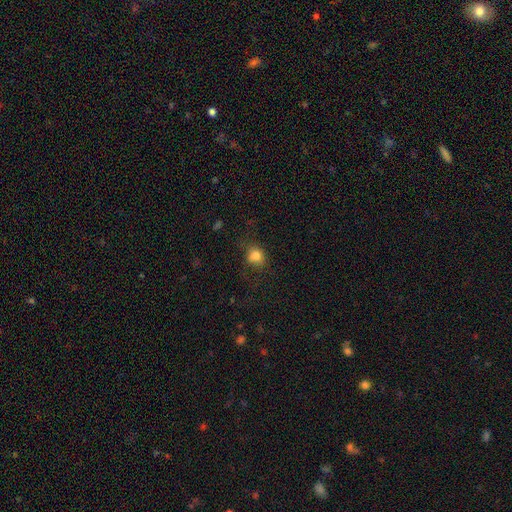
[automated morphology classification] Smooth or featured?
  - smooth: 81% *
  - star or artifact: 12%
  - featured or disk: 7%
How rounded?
  - round: 65% *
  - in between: 33%
  - cigar-shaped: 1%
Merging?
  - none: 67% *
  - minor disturbance: 21%
  - major disturbance: 10%
  - merger: 2%